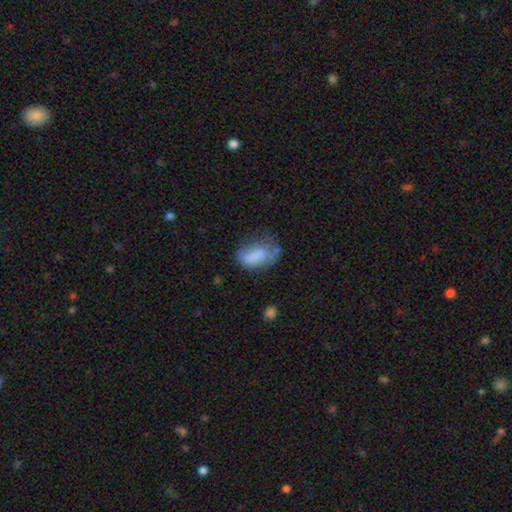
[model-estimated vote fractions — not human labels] smooth_or_featured: smooth (p=0.71) [alt: featured or disk p=0.20]
how_rounded: in between (p=0.87) [alt: round p=0.09]
merging: none (p=0.33) [alt: minor disturbance p=0.32]